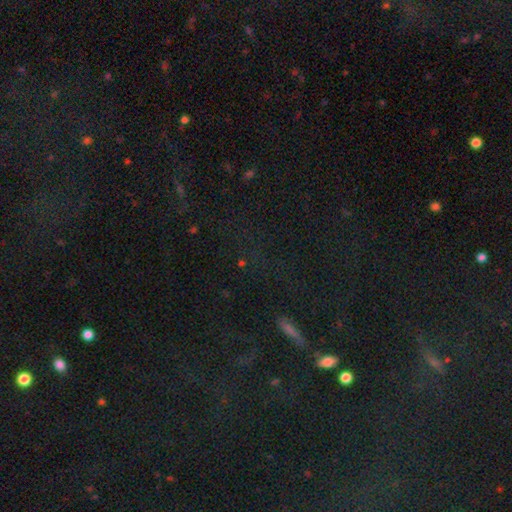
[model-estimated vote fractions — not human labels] Morphology: type=star or artifact (74%).